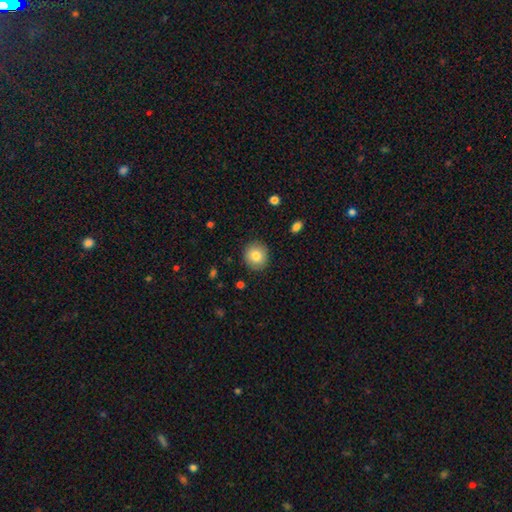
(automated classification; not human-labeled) smooth 83%, featured or disk 9%, star or artifact 8%. Down the decision tree: how rounded — round (89%); merging — none (90%).